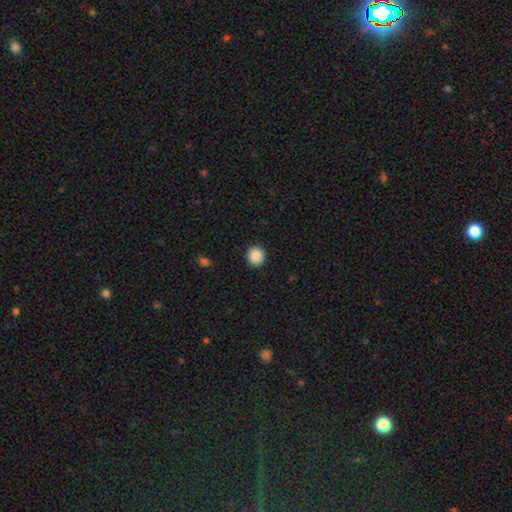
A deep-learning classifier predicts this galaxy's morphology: type=smooth (89%); roundness=round (87%); merging=none (91%).